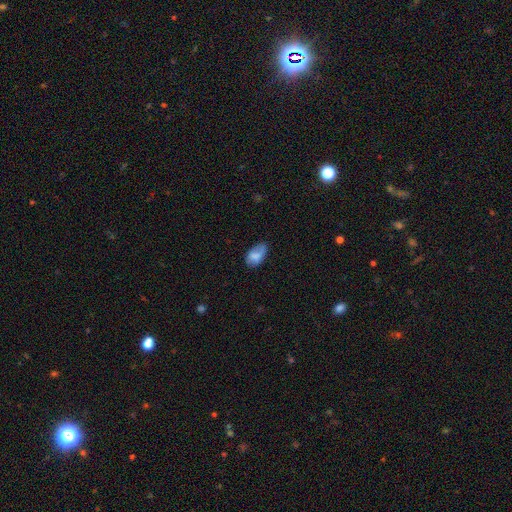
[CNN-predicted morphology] smooth-or-featured: smooth: 74% | featured or disk: 17% | star or artifact: 8%
  how-rounded: in between: 92% | round: 5% | cigar-shaped: 2%
  merging: none: 56% | minor disturbance: 31% | major disturbance: 11% | merger: 3%